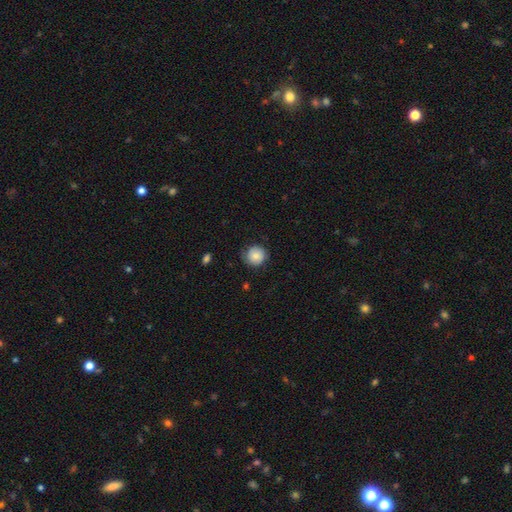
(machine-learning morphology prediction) A smooth galaxy with no disk features (77%) that is round (91%). Merging: none (75%).